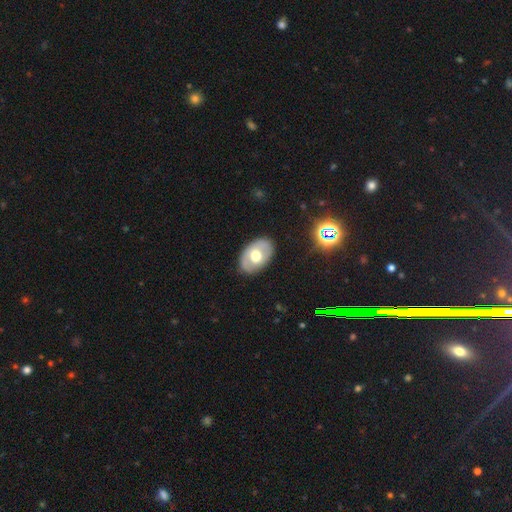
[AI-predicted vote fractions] This is possibly a smooth galaxy (49%). Merging: clearly none (83%).